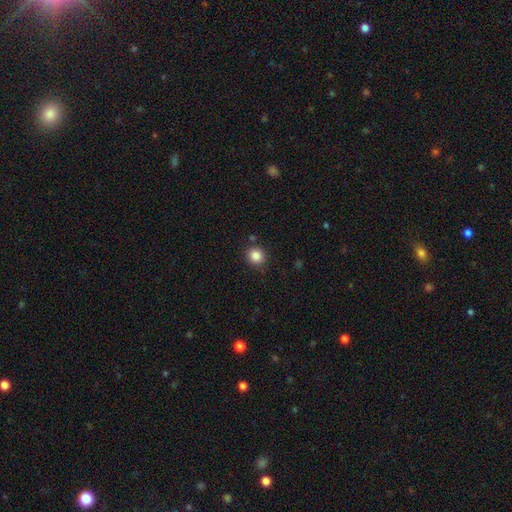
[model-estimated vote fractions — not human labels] smooth 85%, star or artifact 11%, featured or disk 5%. Down the decision tree: how rounded — round (89%); merging — none (86%).